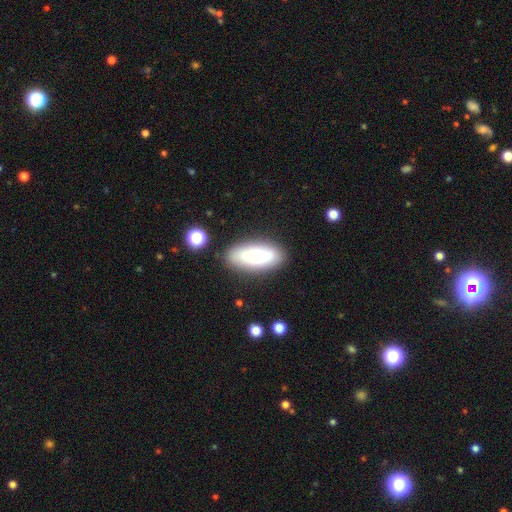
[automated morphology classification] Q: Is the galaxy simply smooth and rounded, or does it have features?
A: smooth — 82%.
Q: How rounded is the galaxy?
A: in between — 78%.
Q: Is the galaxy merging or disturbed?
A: none — 83%.